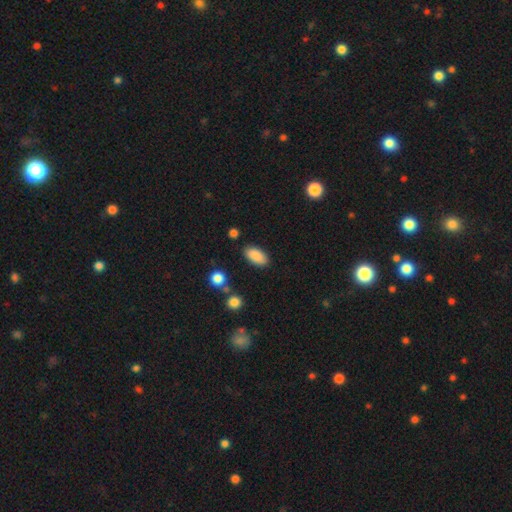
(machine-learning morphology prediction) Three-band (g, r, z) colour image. It shows a smooth galaxy with no disk features (88%) that is in between round and cigar-shaped (92%). Merging: none (86%).